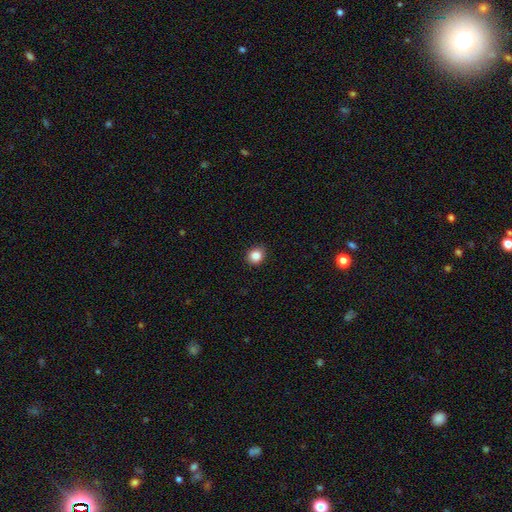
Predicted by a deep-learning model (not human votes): Q: Smooth or featured?
A: smooth (86%); runner-up: star or artifact (10%)
Q: How rounded?
A: round (76%); runner-up: in between (23%)
Q: Merging?
A: none (88%); runner-up: minor disturbance (9%)